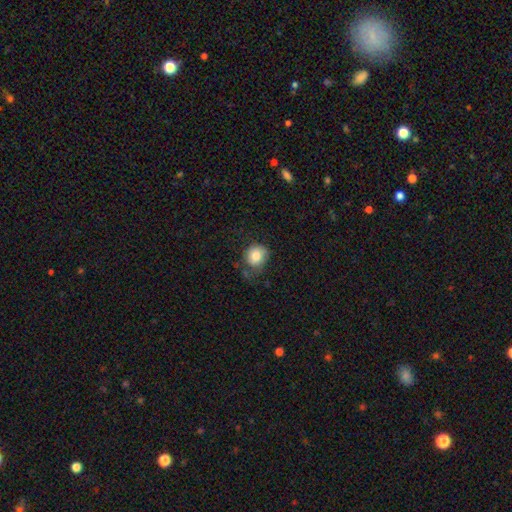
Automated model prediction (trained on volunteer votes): This appears to be a smooth galaxy with no disk features (81%) that is round (78%). Merging: none (57%).